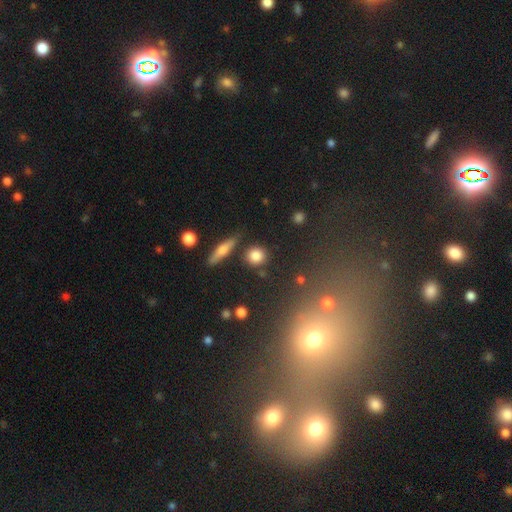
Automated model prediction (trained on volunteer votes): Morphology: type=smooth (82%); roundness=round (85%); merging=none (83%).